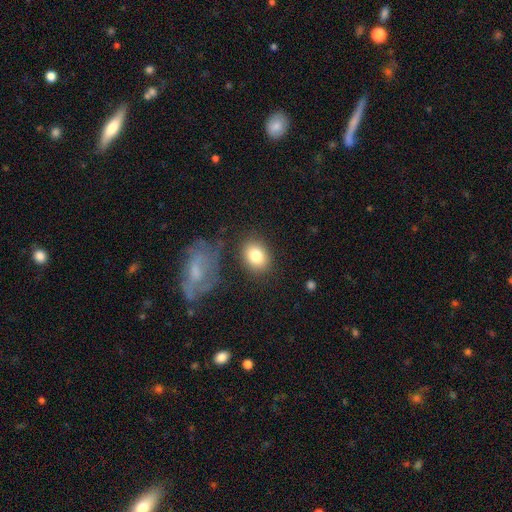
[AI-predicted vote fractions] A smooth galaxy with no disk features (82%) that is in between round and cigar-shaped (54%). Merging: none (80%).